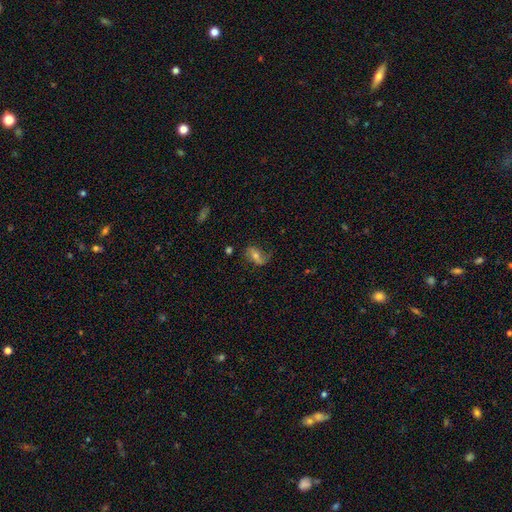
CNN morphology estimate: smooth-or-featured: featured or disk: 59% | smooth: 30% | star or artifact: 11%
  disk-edge-on: no: 94% | yes: 6%
    bar: no: 44% | weak: 35% | strong: 21%
    has-spiral-arms: yes: 85% | no: 15%
    bulge-size: moderate: 57% | small: 35% | large: 5% | none: 2% | dominant: 1%
  merging: none: 61% | minor disturbance: 23% | major disturbance: 14% | merger: 2%